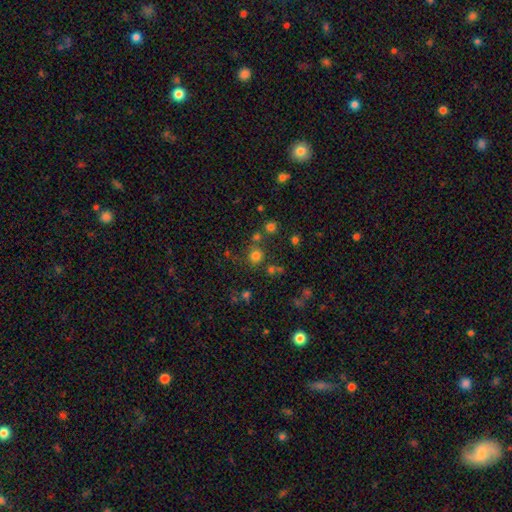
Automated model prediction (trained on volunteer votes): The model was most divided on "smooth or featured": smooth: 74%, star or artifact: 20%, featured or disk: 6%. More confident: how rounded — round (89%); merging — none (74%).